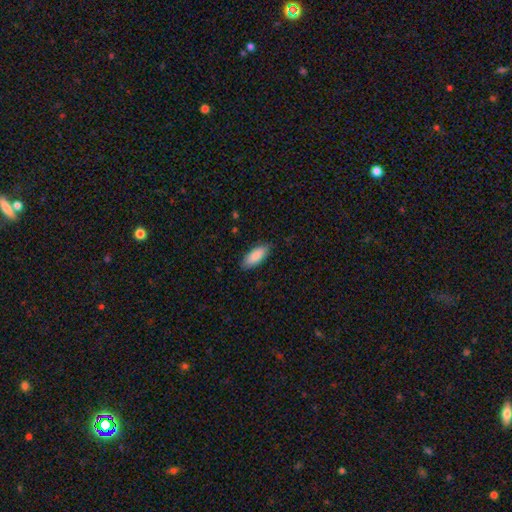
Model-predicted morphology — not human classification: smooth_or_featured: smooth (p=0.88) [alt: featured or disk p=0.06]
how_rounded: in between (p=0.81) [alt: cigar-shaped p=0.17]
merging: none (p=0.85) [alt: minor disturbance p=0.11]